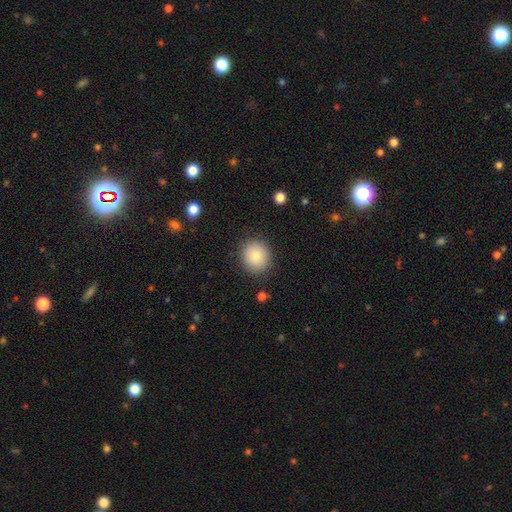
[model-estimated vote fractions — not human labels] Q: Smooth or featured?
A: smooth (82%); runner-up: featured or disk (9%)
Q: How rounded?
A: round (85%); runner-up: in between (14%)
Q: Merging?
A: none (88%); runner-up: minor disturbance (8%)